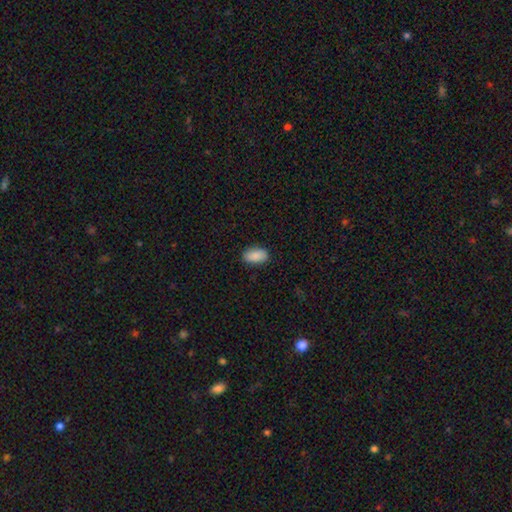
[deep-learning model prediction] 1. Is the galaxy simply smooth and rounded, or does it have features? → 90% smooth, 7% star or artifact, 4% featured or disk.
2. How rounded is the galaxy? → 93% in between, 4% round, 3% cigar-shaped.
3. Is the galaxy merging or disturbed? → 88% none, 9% minor disturbance, 2% major disturbance, 1% merger.